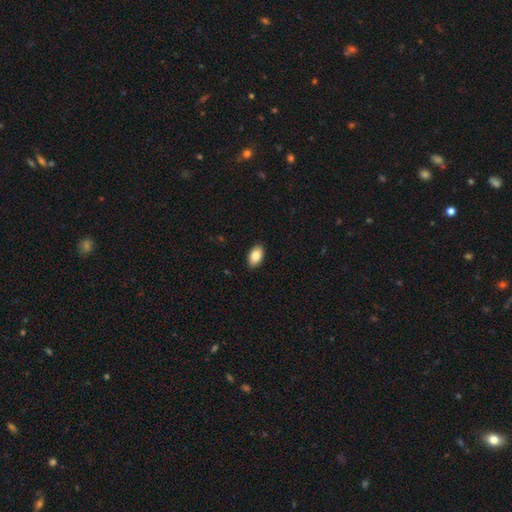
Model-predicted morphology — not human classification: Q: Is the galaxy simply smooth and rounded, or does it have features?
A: smooth — 85%.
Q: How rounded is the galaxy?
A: in between — 94%.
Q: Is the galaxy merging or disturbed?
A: none — 89%.